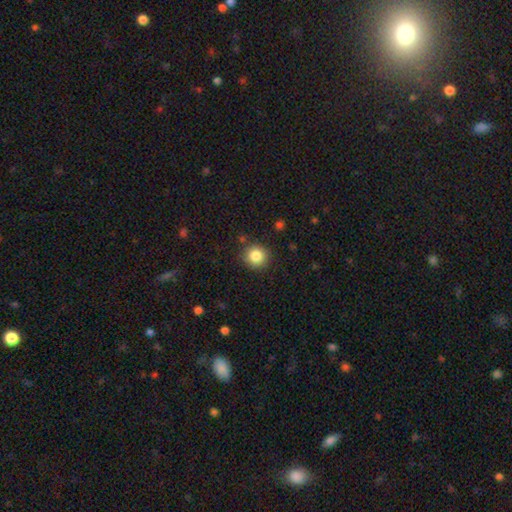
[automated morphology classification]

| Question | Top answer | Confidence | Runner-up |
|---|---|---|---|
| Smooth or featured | smooth | 85% | star or artifact (10%) |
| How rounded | round | 91% | in between (8%) |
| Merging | none | 87% | minor disturbance (8%) |